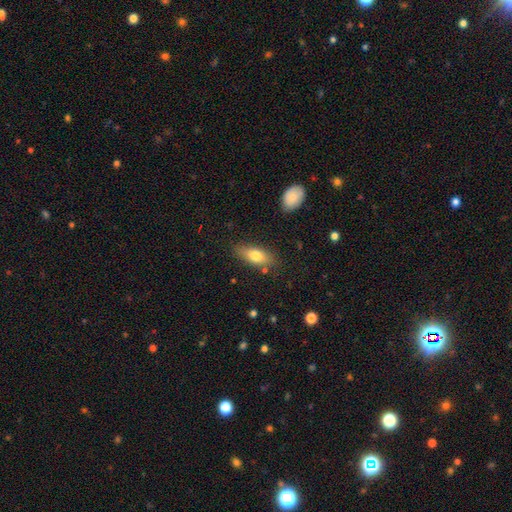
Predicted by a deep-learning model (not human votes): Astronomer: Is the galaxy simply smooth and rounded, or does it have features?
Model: smooth — 73%.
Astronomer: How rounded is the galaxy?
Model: in between — 74%.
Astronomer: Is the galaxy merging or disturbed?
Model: none — 79%.